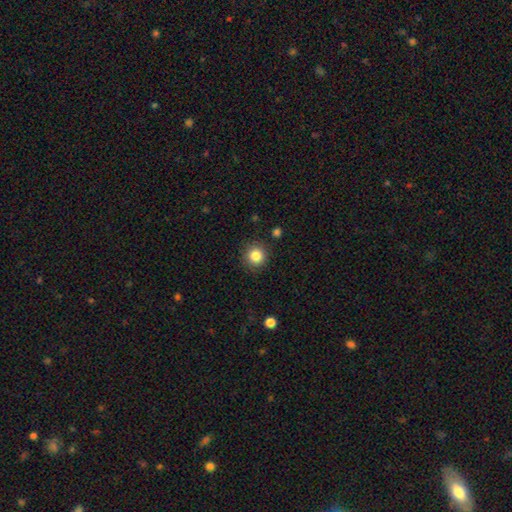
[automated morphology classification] A smooth galaxy with no disk features (85%) that is round (93%). Merging: none (89%).